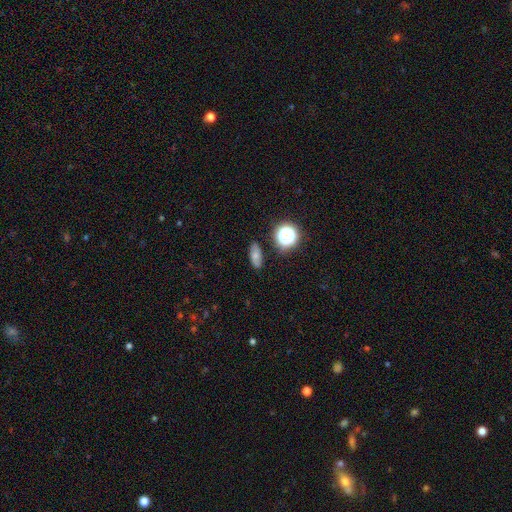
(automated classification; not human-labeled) smooth_or_featured: smooth (p=0.62) [alt: featured or disk p=0.21]
how_rounded: in between (p=0.71) [alt: round p=0.15]
merging: none (p=0.83) [alt: minor disturbance p=0.12]